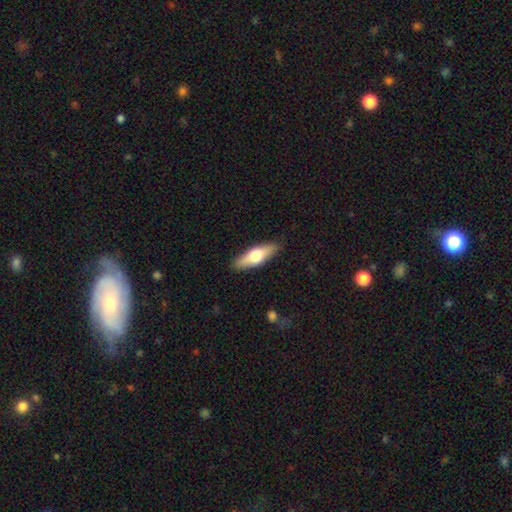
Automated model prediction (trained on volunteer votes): smooth_or_featured: smooth (p=0.52) [alt: featured or disk p=0.43]
how_rounded: in between (p=0.52) [alt: cigar-shaped p=0.45]
merging: none (p=0.88) [alt: minor disturbance p=0.09]